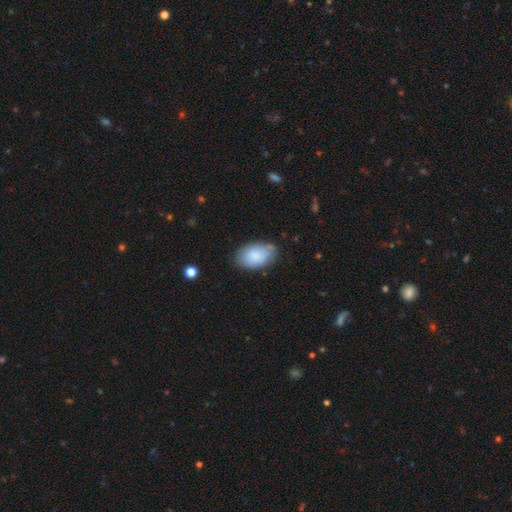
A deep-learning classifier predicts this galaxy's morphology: This is clearly a smooth galaxy (81%). How rounded: clearly in between (92%). Merging: likely none (73%).